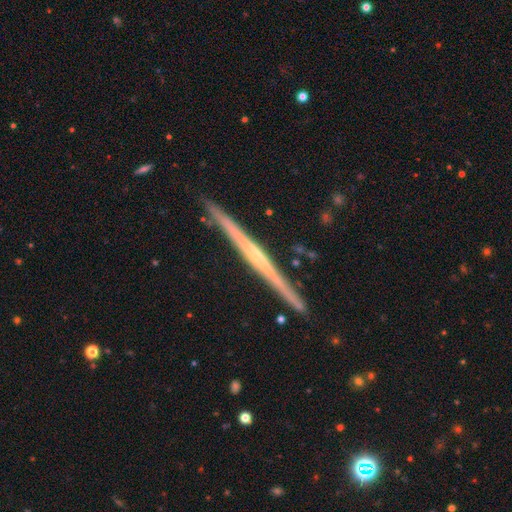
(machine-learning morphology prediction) Q: Smooth or featured?
A: featured or disk (74%); runner-up: smooth (20%)
Q: Edge-on disk?
A: yes (98%); runner-up: no (2%)
Q: Edge-on bulge?
A: none (72%); runner-up: rounded (21%)
Q: Merging?
A: none (90%); runner-up: minor disturbance (7%)